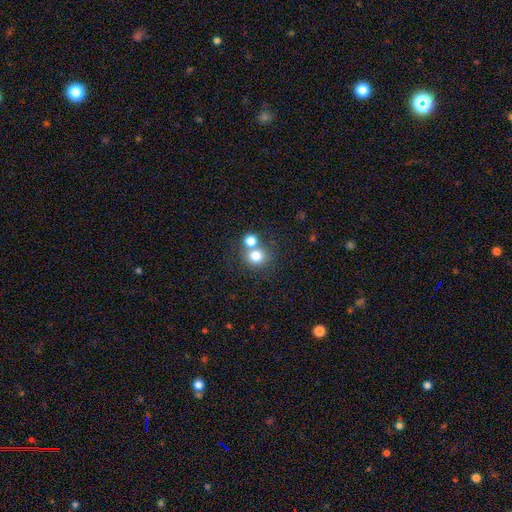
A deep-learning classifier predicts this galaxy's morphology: The model was most divided on "merging": none: 50%, merger: 41%, minor disturbance: 6%, major disturbance: 3%. More confident: how rounded — round (87%); smooth or featured — smooth (78%).